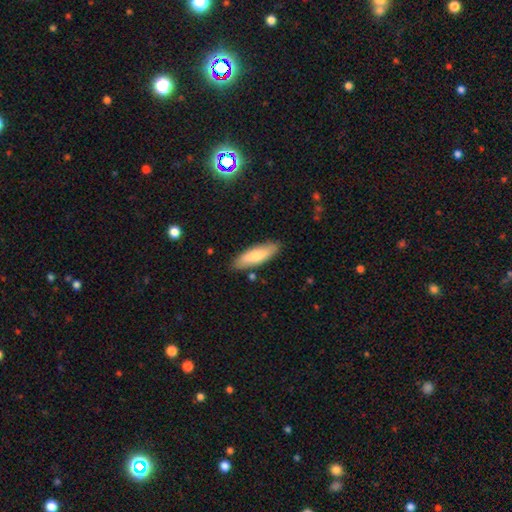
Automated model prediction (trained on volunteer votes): Smooth or featured: smooth — 76% (featured or disk — 19%)
How rounded: in between — 54% (cigar-shaped — 44%)
Merging: none — 84% (minor disturbance — 11%)